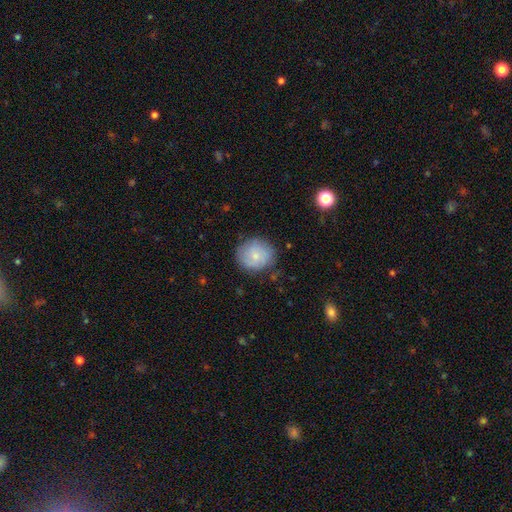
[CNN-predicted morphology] This appears to be a smooth galaxy with no disk features (70%) that is round (87%). Merging: none (78%).